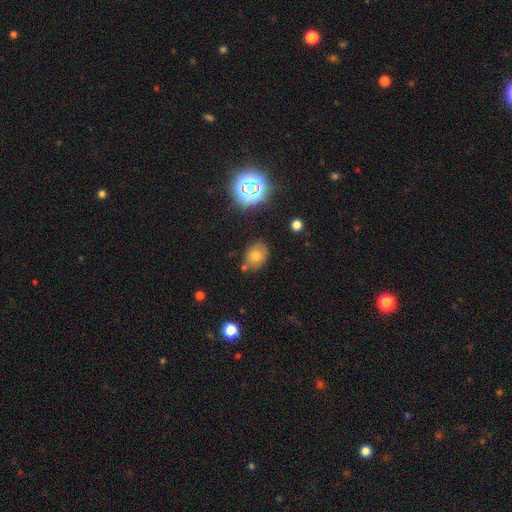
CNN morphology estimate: Q: Smooth or featured?
A: smooth (71%); runner-up: star or artifact (18%)
Q: How rounded?
A: in between (58%); runner-up: round (41%)
Q: Merging?
A: none (74%); runner-up: minor disturbance (15%)